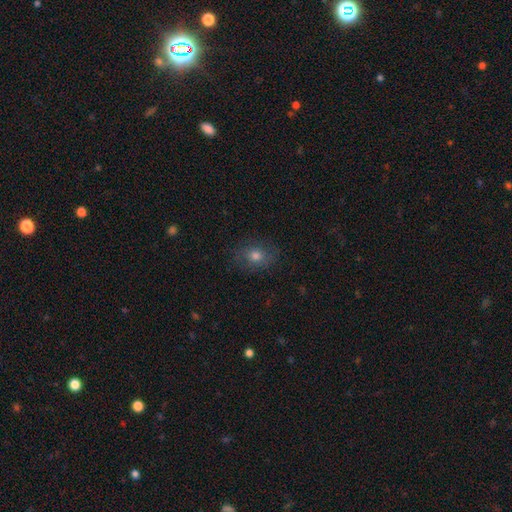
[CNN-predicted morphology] This appears to be a smooth galaxy with no disk features (69%) that is round (51%). Merging: none (81%).